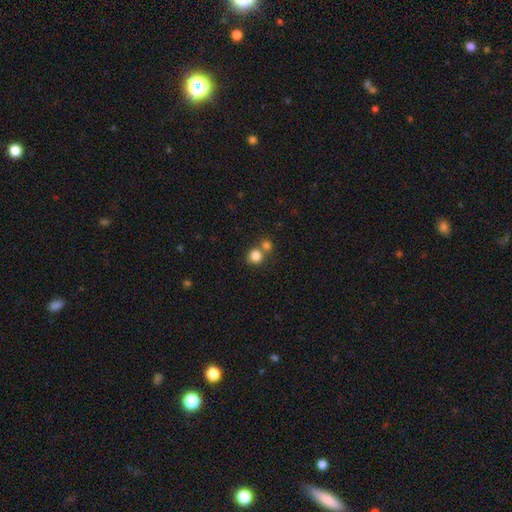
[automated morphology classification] type=smooth (83%); roundness=round (87%); merging=none (55%).